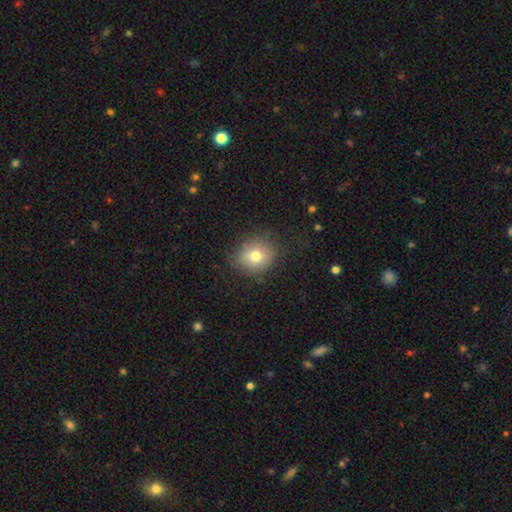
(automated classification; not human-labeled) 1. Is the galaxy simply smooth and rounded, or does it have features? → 75% smooth, 13% featured or disk, 12% star or artifact.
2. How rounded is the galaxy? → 72% round, 27% in between, 1% cigar-shaped.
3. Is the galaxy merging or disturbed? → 77% none, 16% minor disturbance, 6% major disturbance, 1% merger.